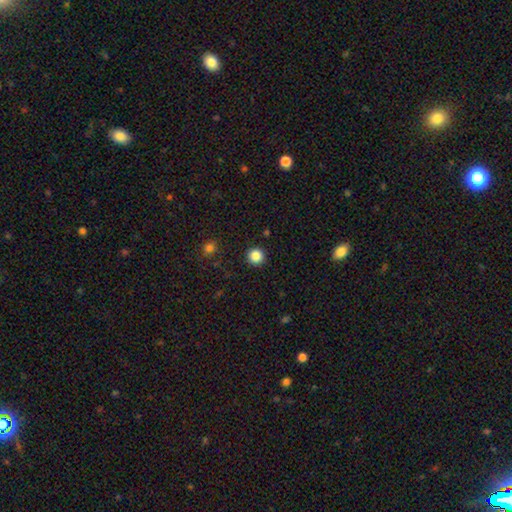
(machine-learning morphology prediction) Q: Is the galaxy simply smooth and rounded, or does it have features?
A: smooth — 86%.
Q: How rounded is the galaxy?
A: round — 96%.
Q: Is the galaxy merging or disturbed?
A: none — 92%.